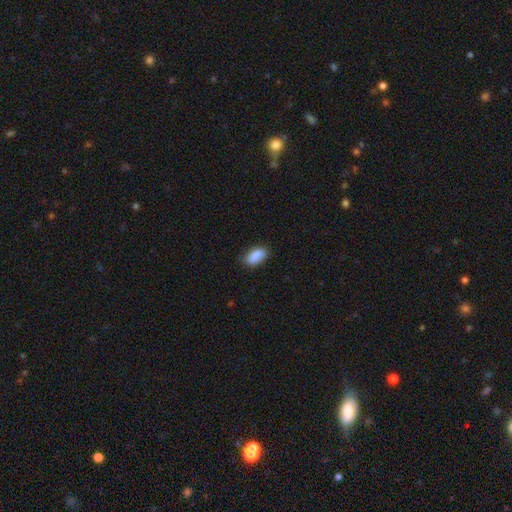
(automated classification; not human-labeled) Morphology: type=smooth (88%); roundness=in between (91%); merging=none (77%).